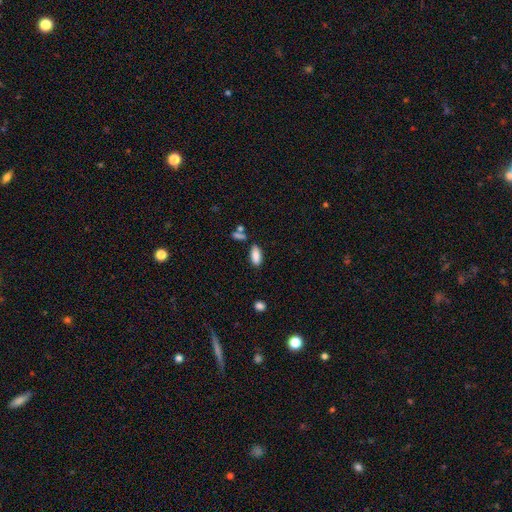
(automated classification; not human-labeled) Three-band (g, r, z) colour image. It shows a smooth galaxy with no disk features (87%) that is in between round and cigar-shaped (83%). Merging: none (76%).